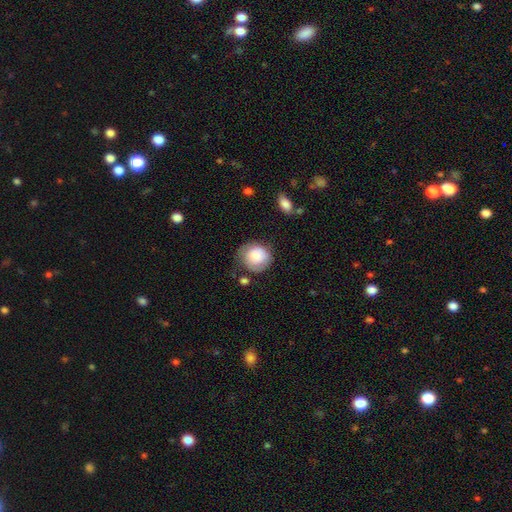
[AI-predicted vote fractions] smooth_or_featured: smooth (p=0.75) [alt: featured or disk p=0.18]
how_rounded: round (p=0.84) [alt: in between p=0.15]
merging: none (p=0.58) [alt: minor disturbance p=0.28]